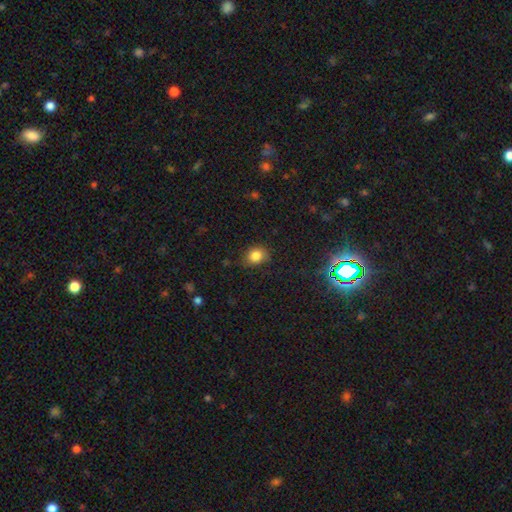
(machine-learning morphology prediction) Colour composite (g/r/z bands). It shows a smooth galaxy with no disk features (83%) that is round (60%). Merging: none (75%).